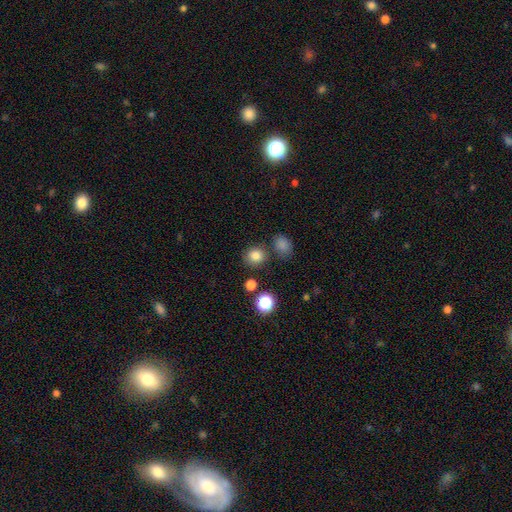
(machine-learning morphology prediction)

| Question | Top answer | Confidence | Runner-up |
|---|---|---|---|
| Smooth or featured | smooth | 80% | star or artifact (14%) |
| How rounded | round | 84% | in between (15%) |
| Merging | none | 80% | minor disturbance (10%) |